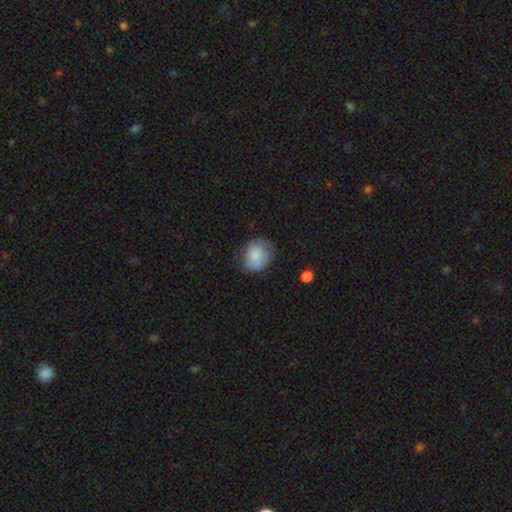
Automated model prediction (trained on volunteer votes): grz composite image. It shows a smooth galaxy with no disk features (80%) that is round (66%). Merging: none (66%).